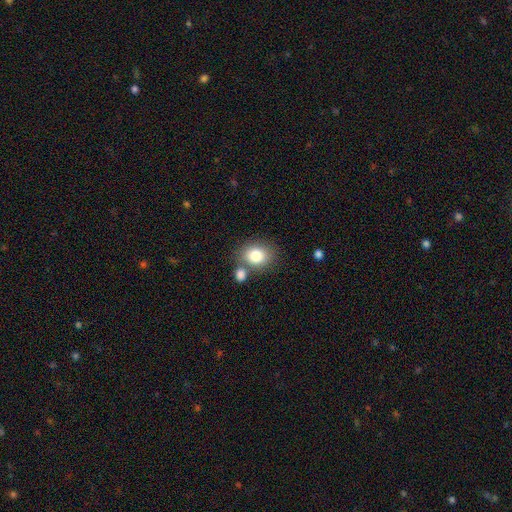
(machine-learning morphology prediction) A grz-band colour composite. It shows a smooth galaxy with no disk features (81%) that is round (56%). Merging: none (61%).